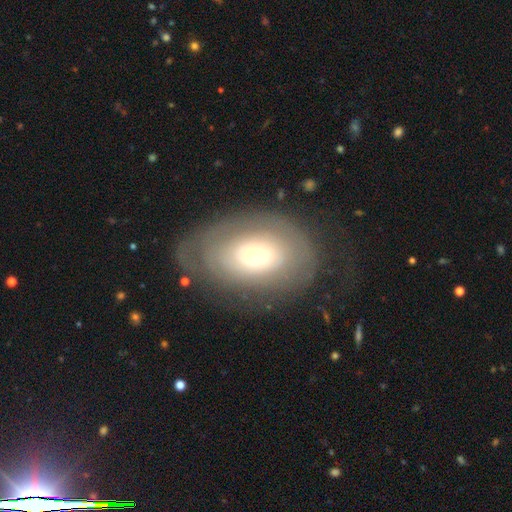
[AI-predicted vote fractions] smooth_or_featured: featured or disk (p=0.48) [alt: smooth p=0.43]
merging: none (p=0.70) [alt: minor disturbance p=0.16]